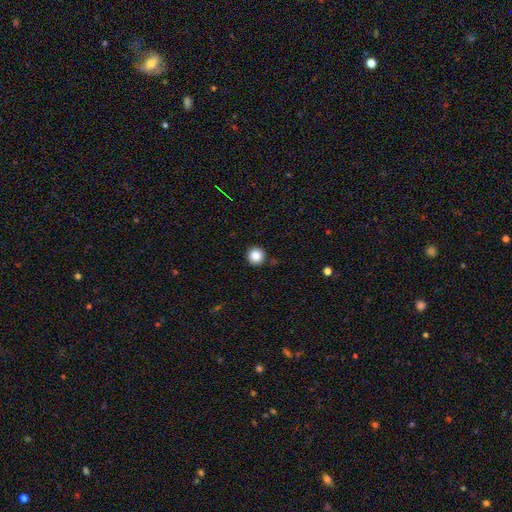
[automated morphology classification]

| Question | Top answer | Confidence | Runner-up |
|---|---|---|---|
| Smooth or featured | smooth | 85% | star or artifact (11%) |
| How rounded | round | 95% | in between (4%) |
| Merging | none | 91% | minor disturbance (6%) |